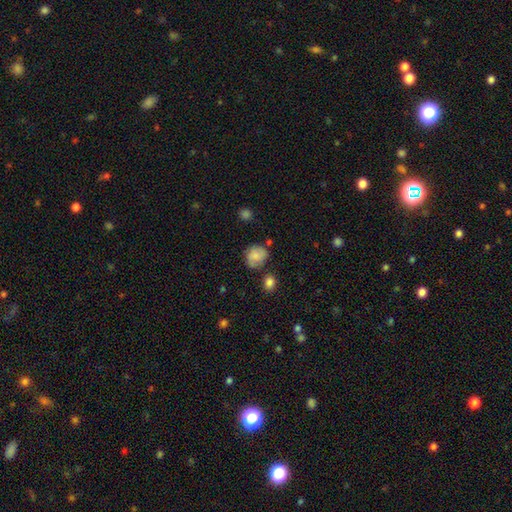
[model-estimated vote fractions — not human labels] Q: Smooth or featured?
A: smooth (77%); runner-up: featured or disk (15%)
Q: How rounded?
A: round (73%); runner-up: in between (26%)
Q: Merging?
A: none (63%); runner-up: minor disturbance (24%)